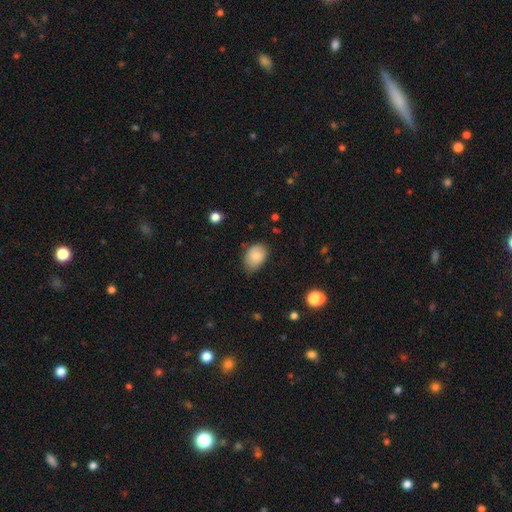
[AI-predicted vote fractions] Q: Smooth or featured?
A: smooth (80%); runner-up: featured or disk (12%)
Q: How rounded?
A: in between (77%); runner-up: round (22%)
Q: Merging?
A: none (64%); runner-up: minor disturbance (30%)